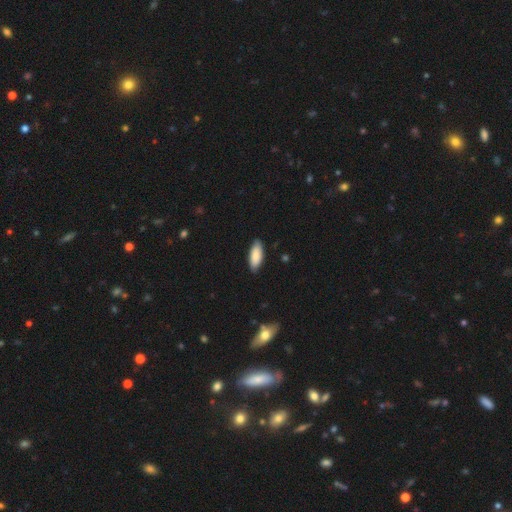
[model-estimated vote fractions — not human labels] This appears to be a smooth galaxy with no disk features (84%) that is in between round and cigar-shaped (77%). Merging: none (86%).